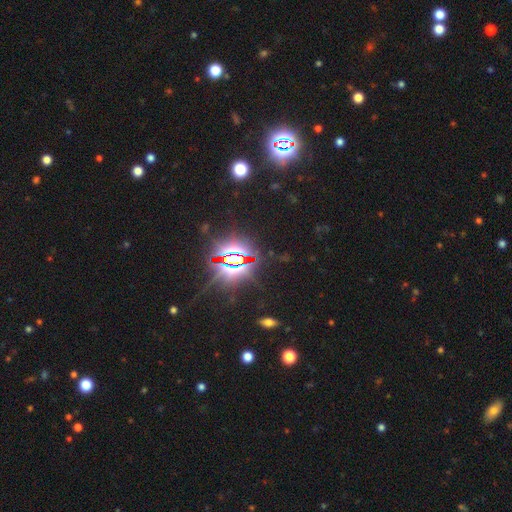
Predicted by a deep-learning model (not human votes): smooth_or_featured: star or artifact (p=0.86) [alt: smooth p=0.08]